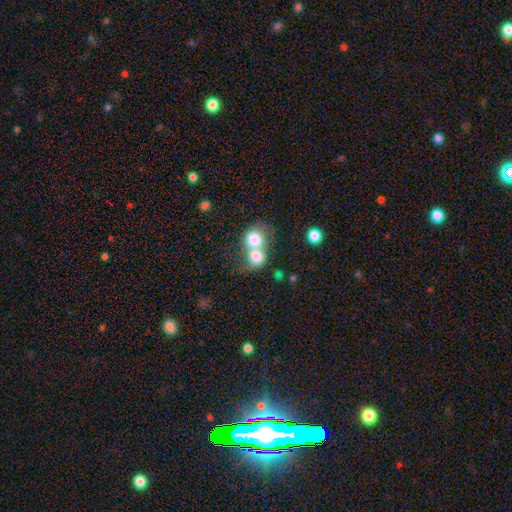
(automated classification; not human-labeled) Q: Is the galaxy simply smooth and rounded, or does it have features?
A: smooth — 75%.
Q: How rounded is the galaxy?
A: round — 71%.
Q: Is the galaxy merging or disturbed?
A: merger — 77%.